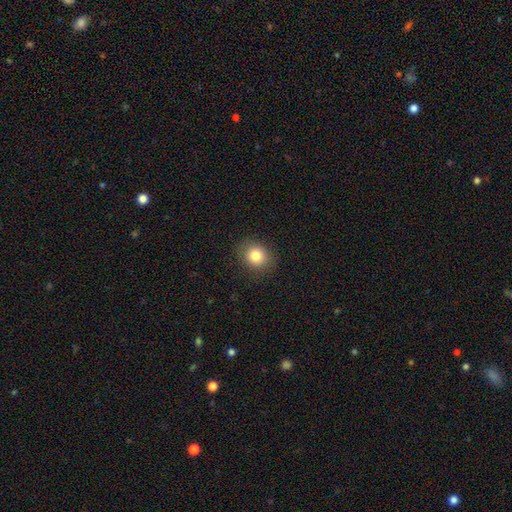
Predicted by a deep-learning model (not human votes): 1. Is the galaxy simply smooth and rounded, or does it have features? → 82% smooth, 10% star or artifact, 7% featured or disk.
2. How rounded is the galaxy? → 68% round, 31% in between, 1% cigar-shaped.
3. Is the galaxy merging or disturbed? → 88% none, 9% minor disturbance, 3% major disturbance, 1% merger.